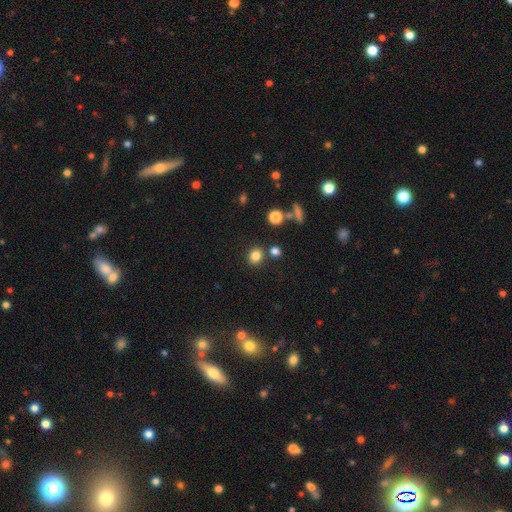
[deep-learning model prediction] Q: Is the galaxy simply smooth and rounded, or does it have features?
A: smooth — 81%.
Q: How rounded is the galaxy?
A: round — 72%.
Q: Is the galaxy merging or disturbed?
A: none — 80%.